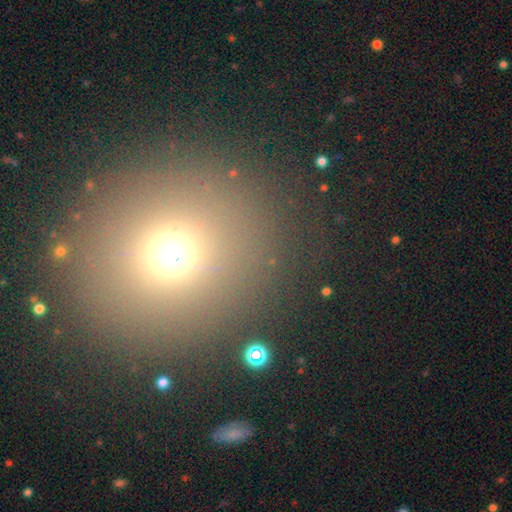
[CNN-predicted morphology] A smooth galaxy with no disk features (66%) that is round (90%).

Vote fractions:
- Smooth or featured? smooth: 66% / star or artifact: 26% / featured or disk: 8%
- How rounded? round: 90% / in between: 9% / cigar-shaped: 1%
- Merging? none: 88% / minor disturbance: 6% / major disturbance: 3% / merger: 3%